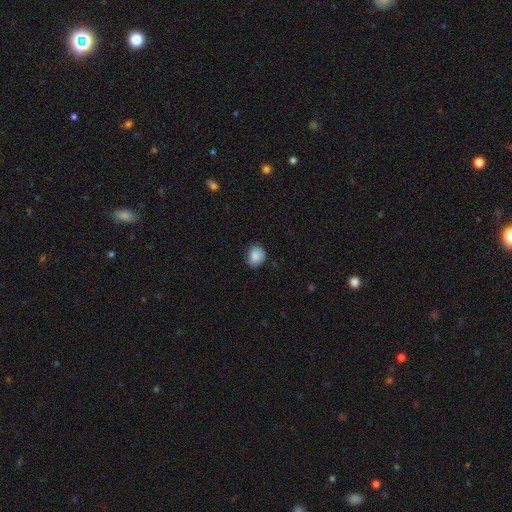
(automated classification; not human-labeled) Overall: smooth (87%). How rounded: round (60%; in between 39%). Merging: none (75%).